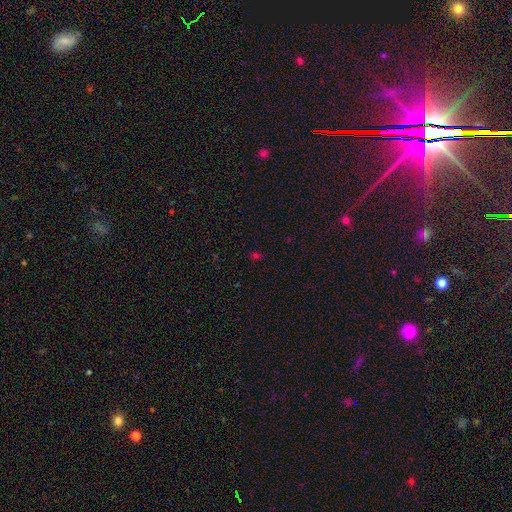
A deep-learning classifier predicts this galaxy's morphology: A smooth galaxy with no disk features (54%) that is in between round and cigar-shaped (57%).

Vote fractions:
- Smooth or featured? smooth: 54% / star or artifact: 40% / featured or disk: 6%
- How rounded? in between: 57% / round: 41% / cigar-shaped: 2%
- Merging? none: 81% / minor disturbance: 12% / major disturbance: 4% / merger: 3%